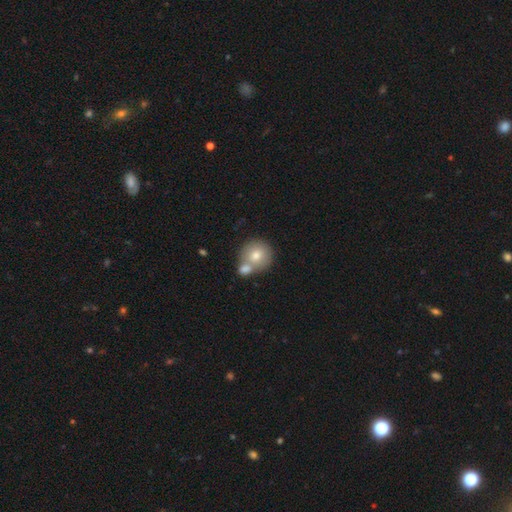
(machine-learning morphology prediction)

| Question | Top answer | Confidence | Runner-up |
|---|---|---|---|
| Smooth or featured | smooth | 75% | featured or disk (17%) |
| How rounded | round | 89% | in between (10%) |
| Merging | none | 45% | merger (43%) |